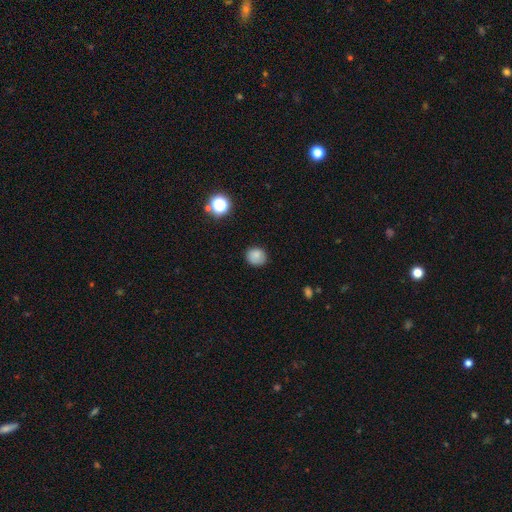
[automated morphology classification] A smooth galaxy with no disk features (83%) that is round (80%).

Vote fractions:
- Smooth or featured? smooth: 83% / star or artifact: 11% / featured or disk: 6%
- How rounded? round: 80% / in between: 19% / cigar-shaped: 1%
- Merging? none: 84% / minor disturbance: 12% / major disturbance: 3% / merger: 1%